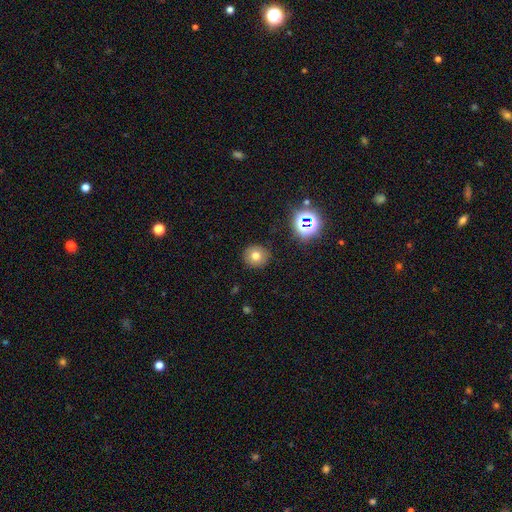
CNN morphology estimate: Smooth or featured? smooth (71%)
How rounded? round (92%)
Merging? none (89%)